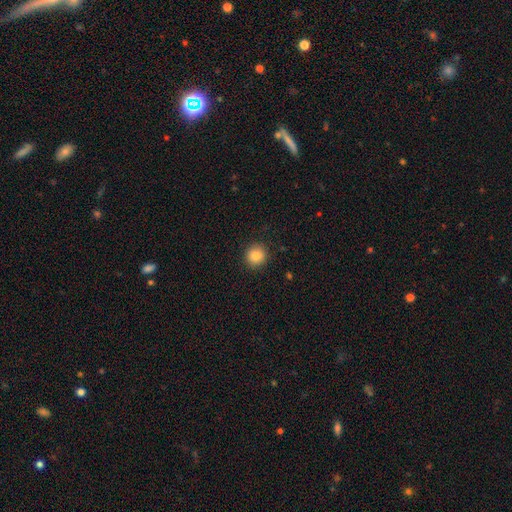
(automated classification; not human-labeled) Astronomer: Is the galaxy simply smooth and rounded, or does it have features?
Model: smooth — 85%.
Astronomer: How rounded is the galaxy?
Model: round — 92%.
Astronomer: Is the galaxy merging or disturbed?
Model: none — 91%.